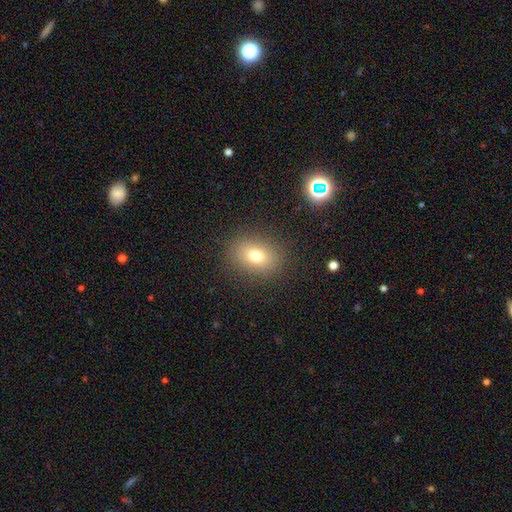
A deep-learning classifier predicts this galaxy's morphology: Smooth or featured? smooth (75%)
How rounded? in between (61%)
Merging? none (86%)